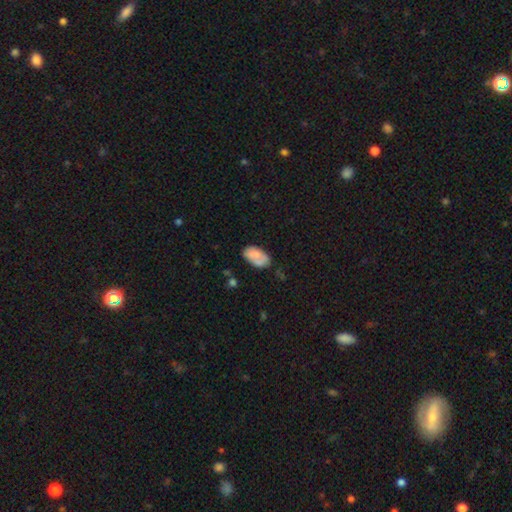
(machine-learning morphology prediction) smooth-or-featured: smooth: 70% | featured or disk: 22% | star or artifact: 7%
  how-rounded: in between: 93% | round: 5% | cigar-shaped: 2%
  merging: none: 54% | minor disturbance: 28% | major disturbance: 10% | merger: 8%